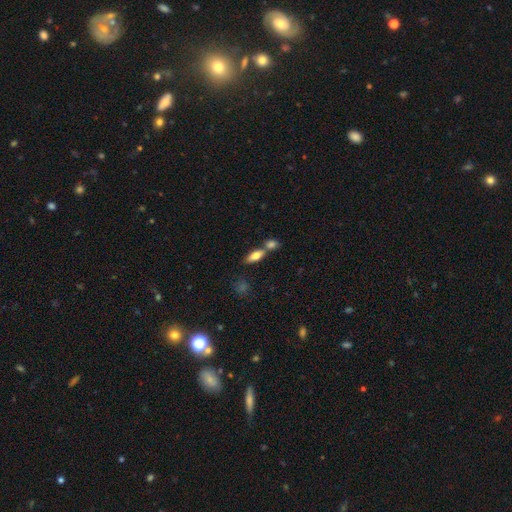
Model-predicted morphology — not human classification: Smooth or featured? Predicted: smooth (p=0.70). How rounded? Predicted: in between (p=0.69). Merging? Predicted: none (p=0.51).